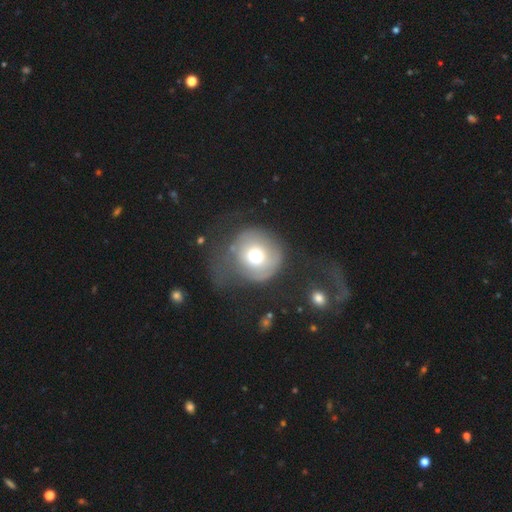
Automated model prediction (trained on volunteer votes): Smooth or featured: smooth — 62% (featured or disk — 28%)
How rounded: round — 89% (in between — 10%)
Merging: major disturbance — 38% (none — 37%)